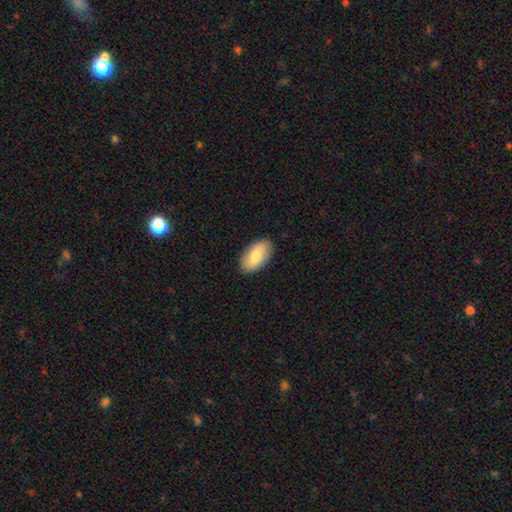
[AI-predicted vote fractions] The model was most divided on "smooth or featured": smooth: 73%, featured or disk: 21%, star or artifact: 6%. More confident: how rounded — in between (94%); merging — none (88%).